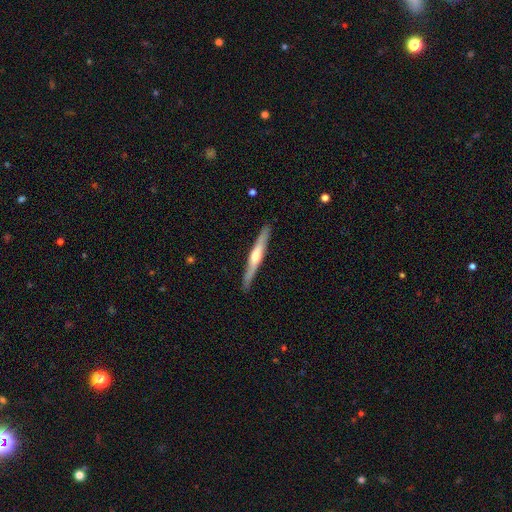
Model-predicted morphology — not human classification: type=featured or disk (64%); edge-on=yes (97%); edge-on bulge=rounded (79%); merging=none (89%).